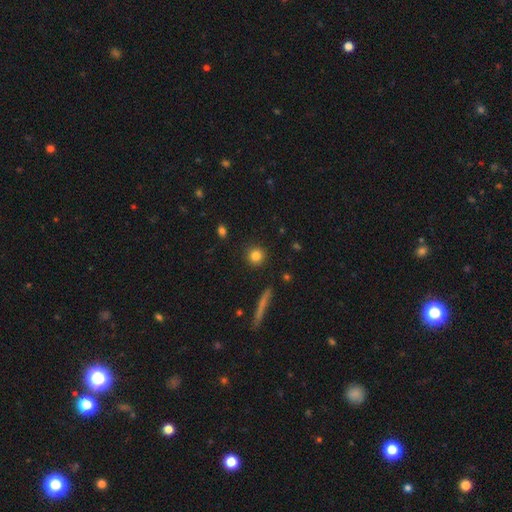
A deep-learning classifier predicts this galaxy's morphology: Smooth or featured: smooth — 83% (star or artifact — 10%)
How rounded: round — 92% (in between — 6%)
Merging: none — 91% (minor disturbance — 5%)